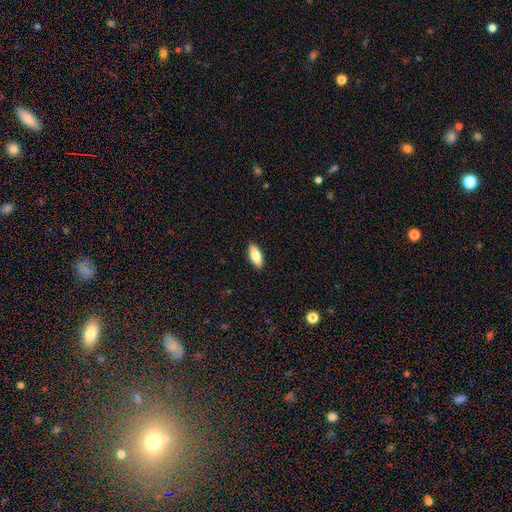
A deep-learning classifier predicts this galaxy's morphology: smooth 82%, featured or disk 12%, star or artifact 6%. Down the decision tree: how rounded — in between (84%); merging — none (90%).